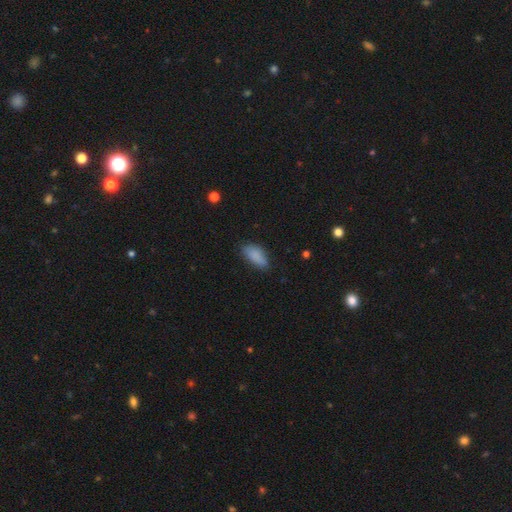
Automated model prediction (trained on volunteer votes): Morphology: type=smooth (87%); roundness=in between (87%); merging=none (70%).